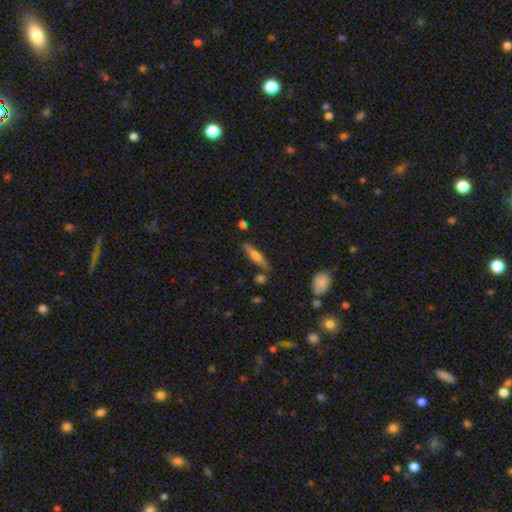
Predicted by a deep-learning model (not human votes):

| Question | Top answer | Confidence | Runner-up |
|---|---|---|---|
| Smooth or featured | smooth | 54% | featured or disk (39%) |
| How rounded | cigar-shaped | 78% | in between (20%) |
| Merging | none | 79% | minor disturbance (13%) |